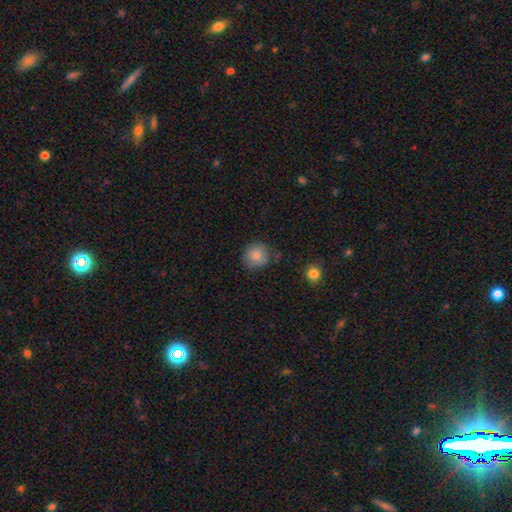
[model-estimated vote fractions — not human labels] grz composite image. It shows a smooth galaxy with no disk features (83%) that is round (88%). Merging: none (76%).